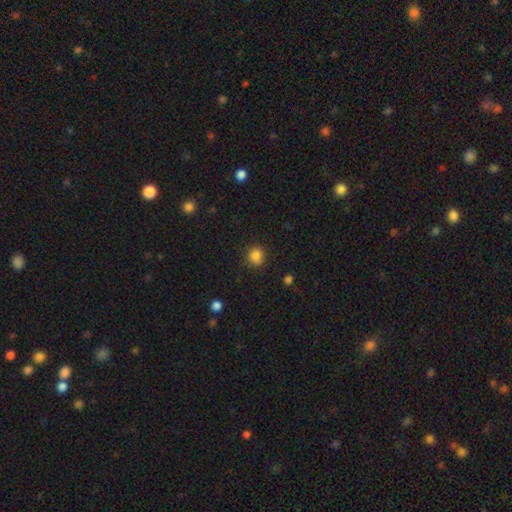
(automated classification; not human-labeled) smooth_or_featured: smooth (p=0.84) [alt: star or artifact p=0.12]
how_rounded: round (p=0.84) [alt: in between p=0.15]
merging: none (p=0.82) [alt: minor disturbance p=0.13]